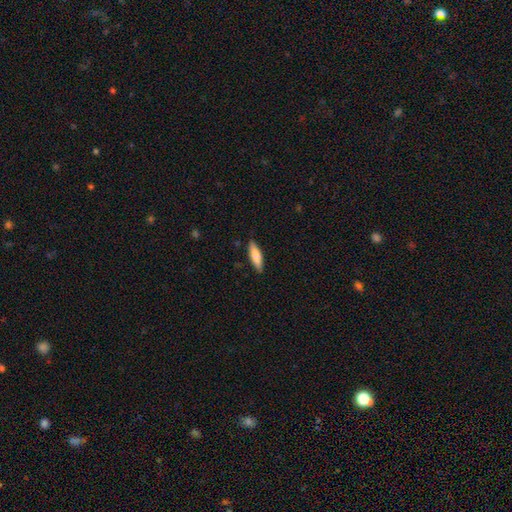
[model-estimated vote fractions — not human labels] Smooth or featured?
  - smooth: 73% *
  - featured or disk: 22%
  - star or artifact: 6%
How rounded?
  - cigar-shaped: 63% *
  - in between: 35%
  - round: 2%
Merging?
  - none: 87% *
  - minor disturbance: 10%
  - major disturbance: 2%
  - merger: 1%